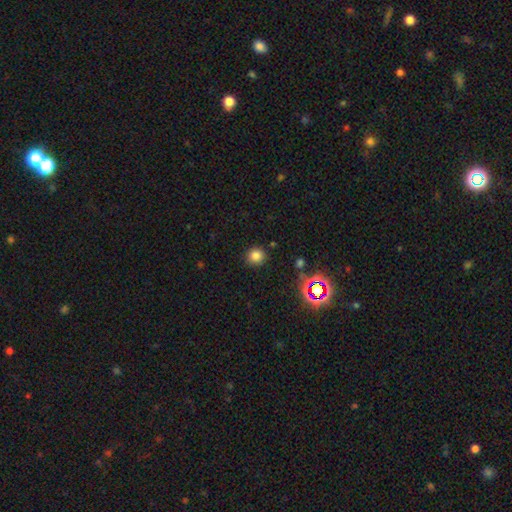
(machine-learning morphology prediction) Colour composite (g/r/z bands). It shows a smooth galaxy with no disk features (78%) that is round (89%). Merging: none (88%).